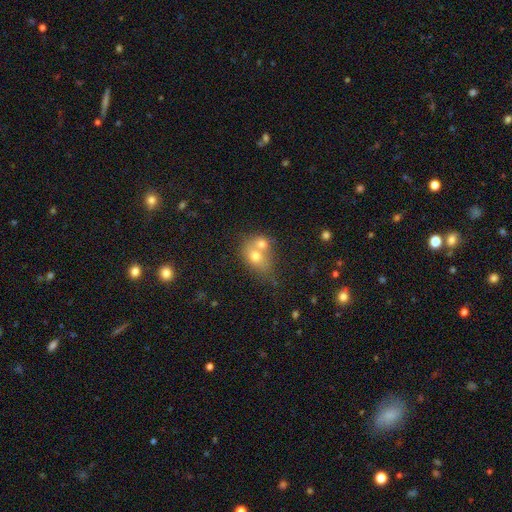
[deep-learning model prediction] smooth 67%, featured or disk 22%, star or artifact 11%. Down the decision tree: how rounded — in between (54%); merging — merger (64%).